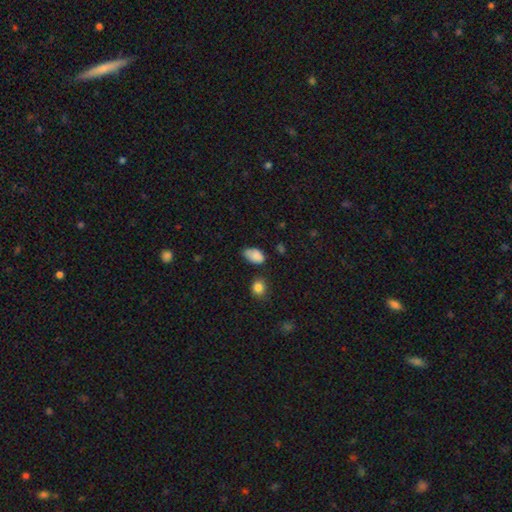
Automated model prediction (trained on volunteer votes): smooth-or-featured: smooth: 85% | star or artifact: 9% | featured or disk: 6%
  how-rounded: in between: 90% | round: 8% | cigar-shaped: 2%
  merging: none: 53% | minor disturbance: 36% | major disturbance: 7% | merger: 4%